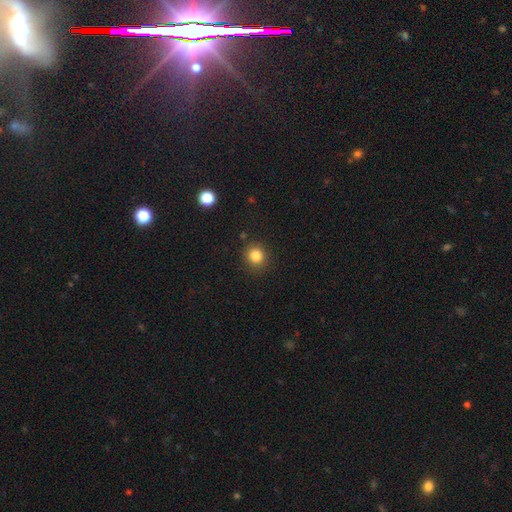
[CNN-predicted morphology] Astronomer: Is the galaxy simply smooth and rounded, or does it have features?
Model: smooth — 84%.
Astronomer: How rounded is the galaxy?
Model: round — 89%.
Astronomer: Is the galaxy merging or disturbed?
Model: none — 88%.